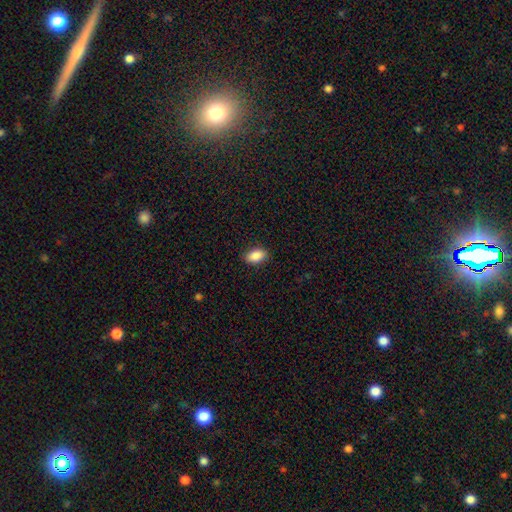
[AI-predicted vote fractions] The model was most divided on "merging": none: 89%, minor disturbance: 8%, major disturbance: 2%, merger: 1%. More confident: how rounded — in between (91%); smooth or featured — smooth (89%).